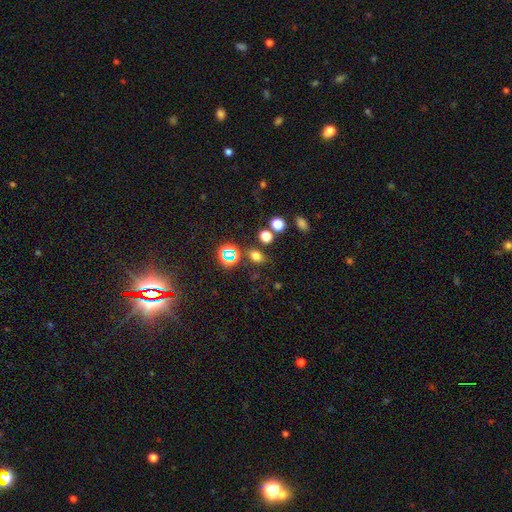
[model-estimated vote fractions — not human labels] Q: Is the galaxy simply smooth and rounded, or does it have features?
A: smooth — 66%.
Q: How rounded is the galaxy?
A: in between — 60%.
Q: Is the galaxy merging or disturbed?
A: none — 77%.